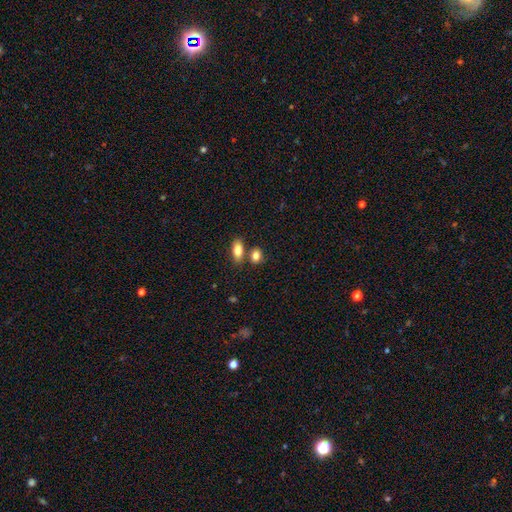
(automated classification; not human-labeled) smooth_or_featured: smooth (p=0.83) [alt: featured or disk p=0.09]
how_rounded: in between (p=0.71) [alt: round p=0.25]
merging: none (p=0.62) [alt: merger p=0.25]